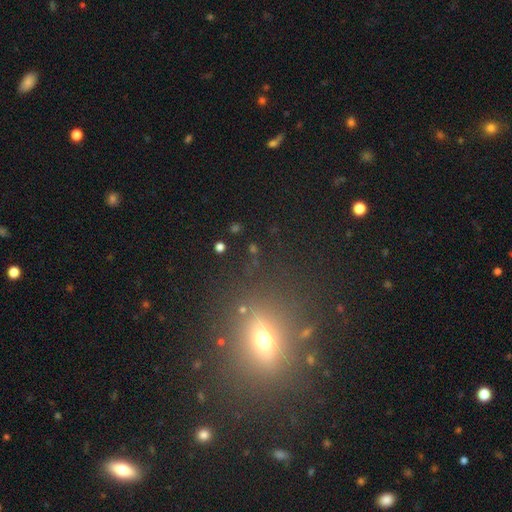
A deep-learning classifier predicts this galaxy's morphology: A smooth galaxy with no disk features (45%). Merging: none (85%).